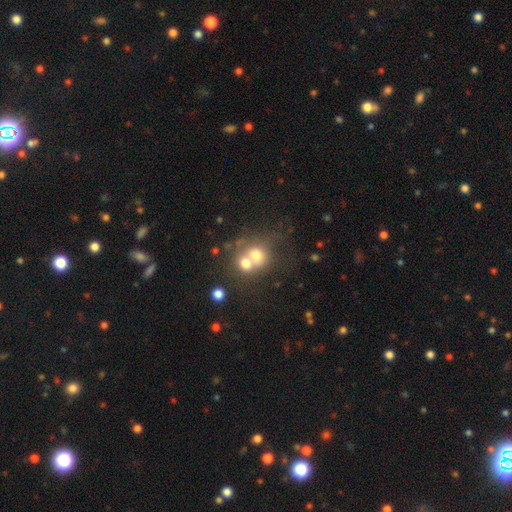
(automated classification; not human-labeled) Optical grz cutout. It shows a smooth galaxy with no disk features (65%) that is round (73%). Merging: merger (63%).